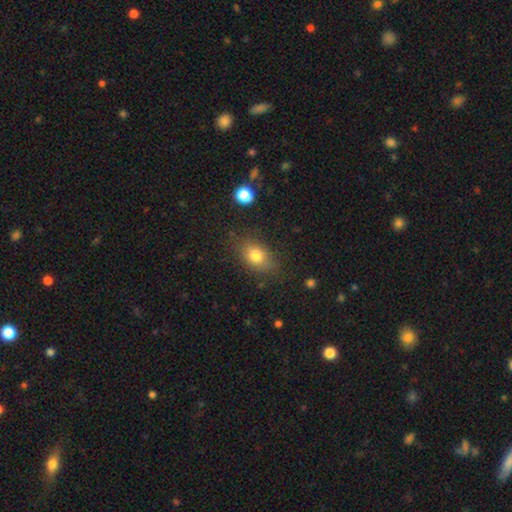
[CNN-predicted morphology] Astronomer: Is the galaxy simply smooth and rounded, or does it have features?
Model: smooth — 78%.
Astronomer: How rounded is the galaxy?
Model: in between — 74%.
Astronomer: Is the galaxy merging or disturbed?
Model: none — 78%.